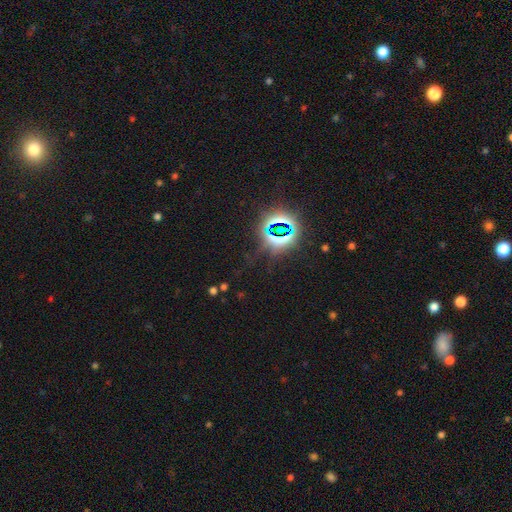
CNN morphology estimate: This appears to be a star or artifact, not a galaxy (78%).